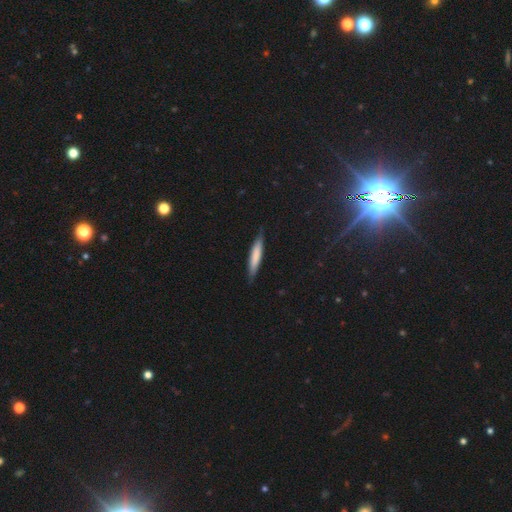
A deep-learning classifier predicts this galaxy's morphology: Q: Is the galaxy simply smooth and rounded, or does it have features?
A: smooth — 72%.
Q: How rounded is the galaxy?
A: cigar-shaped — 90%.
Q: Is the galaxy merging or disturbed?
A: none — 84%.